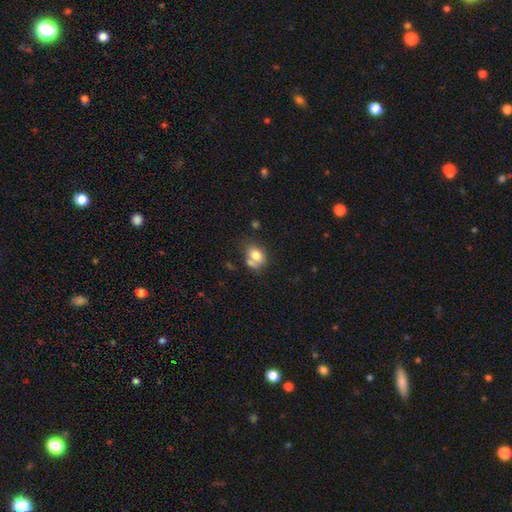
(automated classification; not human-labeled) Smooth or featured?
  - smooth: 76% *
  - featured or disk: 15%
  - star or artifact: 10%
How rounded?
  - in between: 65% *
  - round: 34%
  - cigar-shaped: 1%
Merging?
  - none: 41% *
  - merger: 33%
  - minor disturbance: 18%
  - major disturbance: 8%